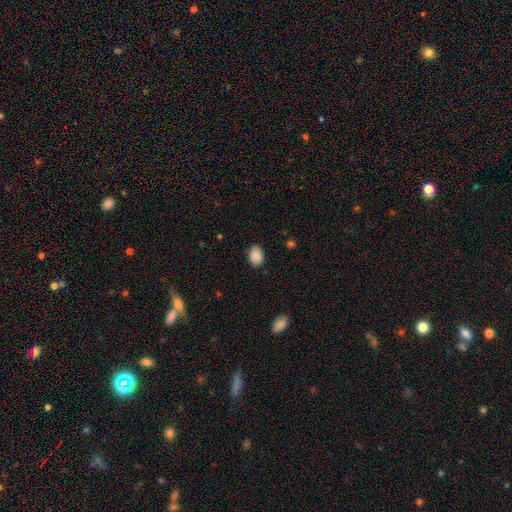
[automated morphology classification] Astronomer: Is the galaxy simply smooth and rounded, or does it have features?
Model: smooth — 89%.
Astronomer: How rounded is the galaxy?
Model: in between — 78%.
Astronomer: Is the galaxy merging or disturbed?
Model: none — 84%.